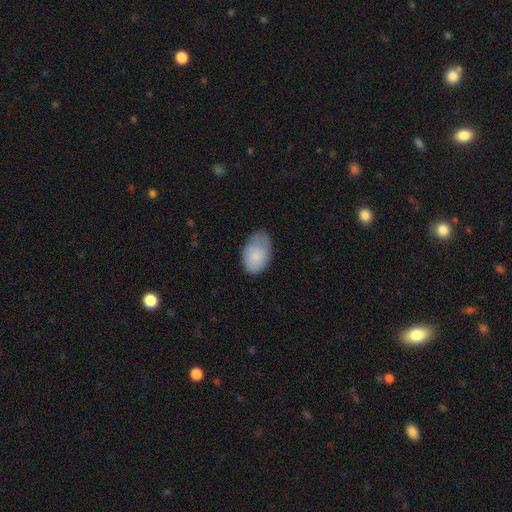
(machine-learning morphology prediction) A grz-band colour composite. It shows a smooth galaxy with no disk features (83%) that is in between round and cigar-shaped (90%). Merging: none (54%).